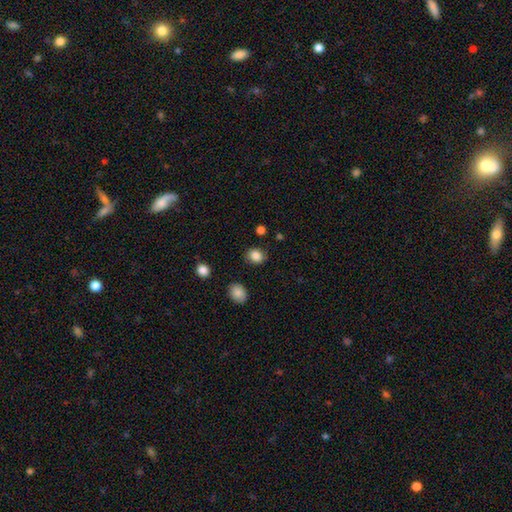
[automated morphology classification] Overall: smooth (86%). How rounded: round (65%; in between 34%). Merging: none (84%).